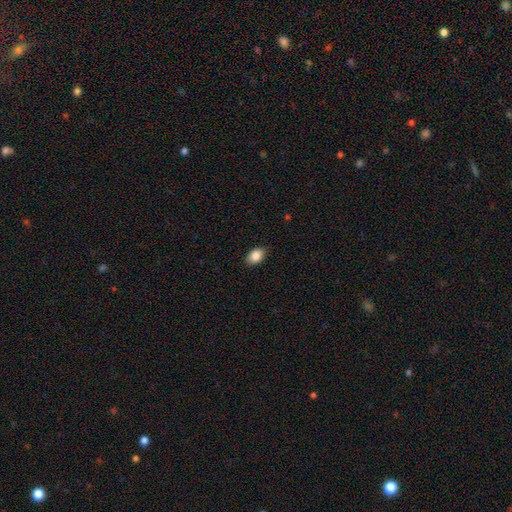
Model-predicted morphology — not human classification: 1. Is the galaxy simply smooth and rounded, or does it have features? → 86% smooth, 8% star or artifact, 6% featured or disk.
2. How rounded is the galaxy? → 87% in between, 12% round, 1% cigar-shaped.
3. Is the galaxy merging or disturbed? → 88% none, 9% minor disturbance, 2% major disturbance, 1% merger.